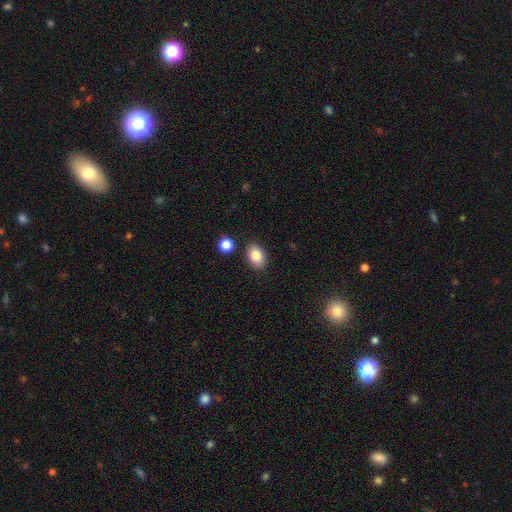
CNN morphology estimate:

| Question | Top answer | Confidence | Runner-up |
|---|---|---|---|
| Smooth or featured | smooth | 85% | star or artifact (8%) |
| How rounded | in between | 84% | round (15%) |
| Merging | none | 85% | minor disturbance (9%) |